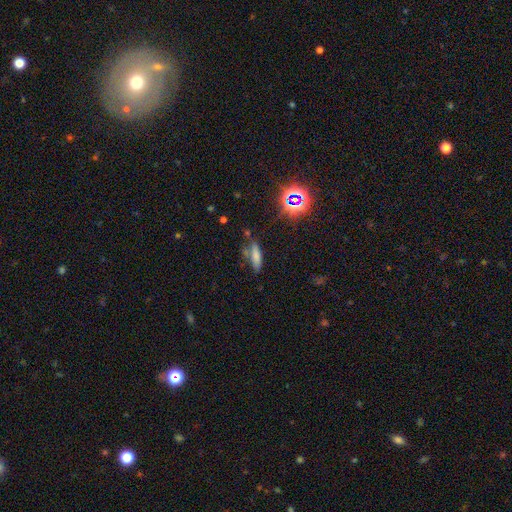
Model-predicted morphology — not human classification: Smooth or featured? Predicted: smooth (p=0.67). How rounded? Predicted: cigar-shaped (p=0.57). Merging? Predicted: none (p=0.59).